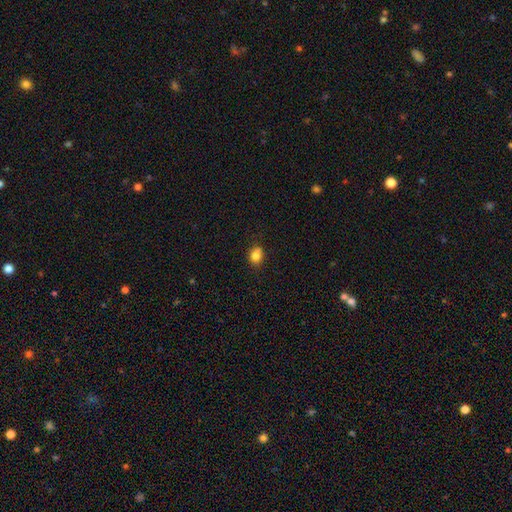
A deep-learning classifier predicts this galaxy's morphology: Overall: smooth (81%). How rounded: round (56%; in between 43%). Merging: none (68%).